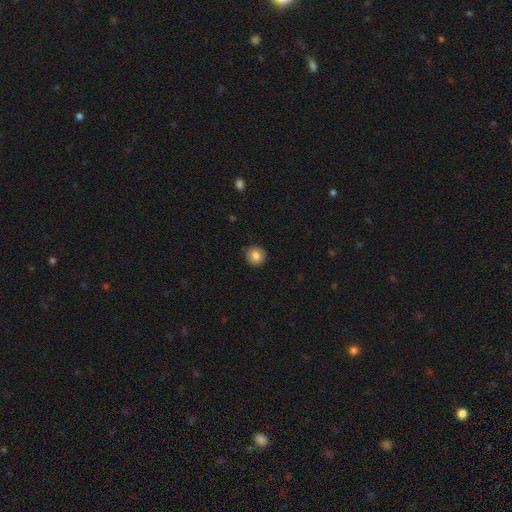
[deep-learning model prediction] Q: Smooth or featured?
A: smooth (82%); runner-up: featured or disk (9%)
Q: How rounded?
A: round (88%); runner-up: in between (11%)
Q: Merging?
A: none (87%); runner-up: minor disturbance (9%)